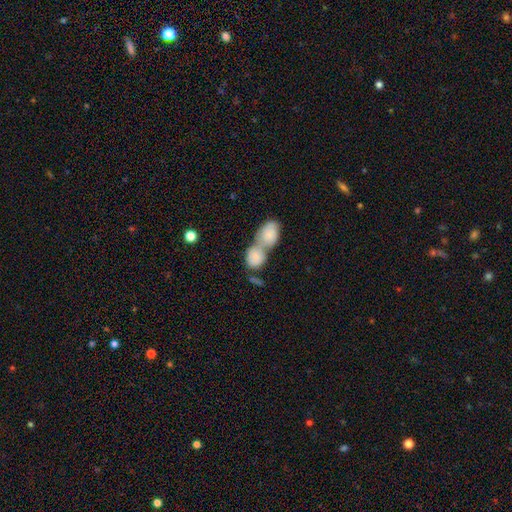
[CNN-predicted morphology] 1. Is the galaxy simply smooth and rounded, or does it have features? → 75% smooth, 16% featured or disk, 9% star or artifact.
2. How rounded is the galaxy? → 54% in between, 42% round, 4% cigar-shaped.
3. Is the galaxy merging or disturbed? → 74% merger, 17% none, 5% minor disturbance, 4% major disturbance.